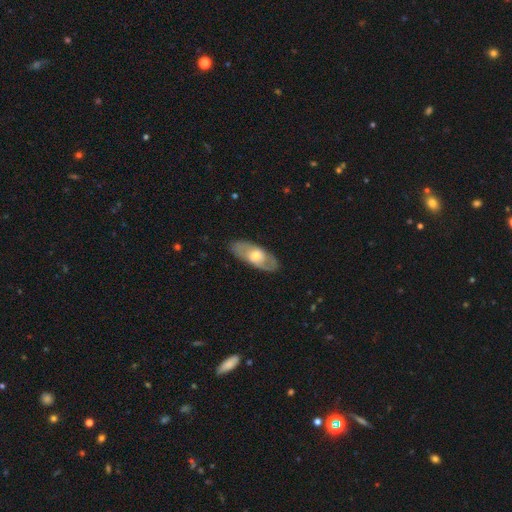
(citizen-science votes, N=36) smooth-or-featured: featured or disk: 67% | smooth: 33% | star or artifact: 0%
  disk-edge-on: no: 75% | yes: 25%
    bar: no: 78% | strong: 17% | weak: 6%
    has-spiral-arms: no: 72% | yes: 28%
    bulge-size: moderate: 78% | large: 17% | small: 6% | dominant: 0% | none: 0%
  merging: none: 83% | minor disturbance: 14% | major disturbance: 3% | merger: 0%